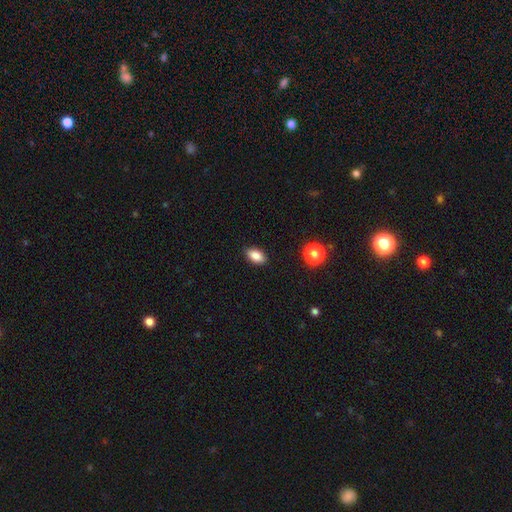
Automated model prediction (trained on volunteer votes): Overall: smooth (85%). How rounded: in between (90%). Merging: none (89%).